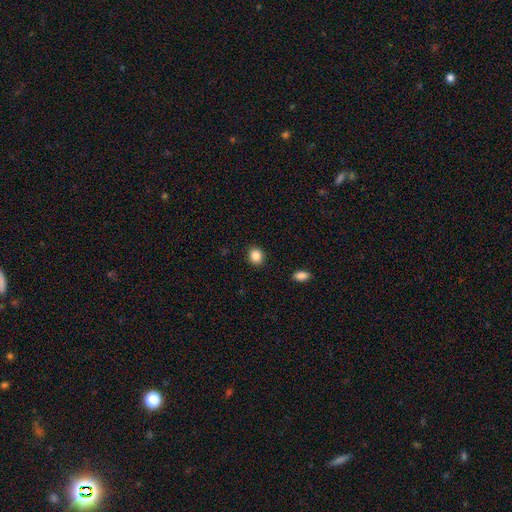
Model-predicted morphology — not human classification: This is clearly a smooth galaxy (86%). How rounded: likely round (74%). Merging: clearly none (90%).